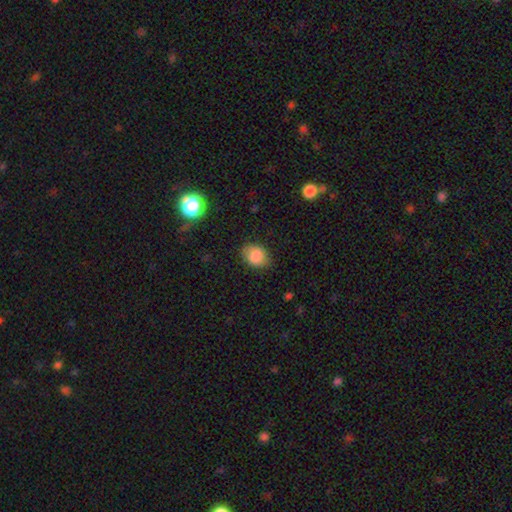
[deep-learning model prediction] This appears to be a smooth galaxy with no disk features (84%) that is in between round and cigar-shaped (61%). Merging: none (77%).